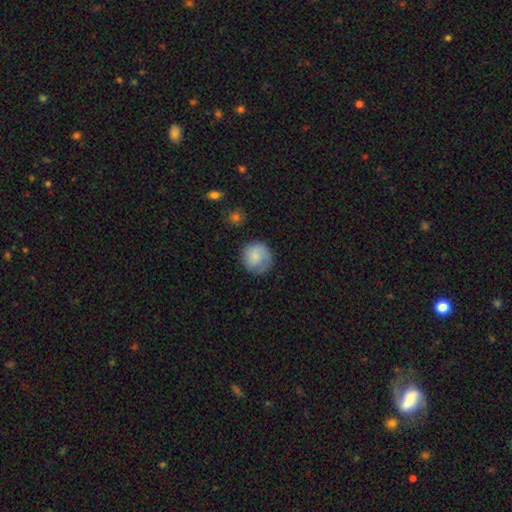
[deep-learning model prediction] Overall: smooth (73%). How rounded: round (91%). Merging: none (75%).